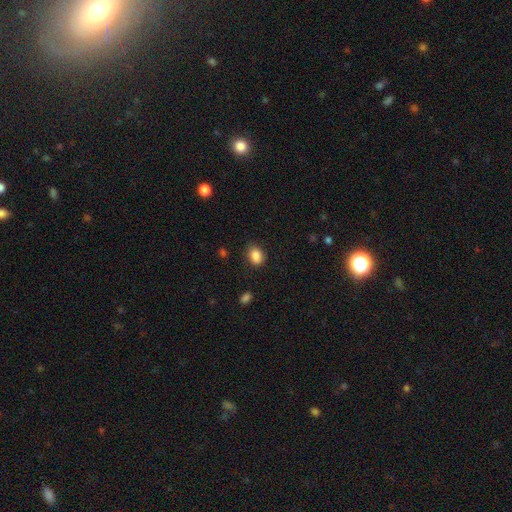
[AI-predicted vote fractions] Morphology: type=smooth (87%); roundness=in between (67%); merging=none (80%).